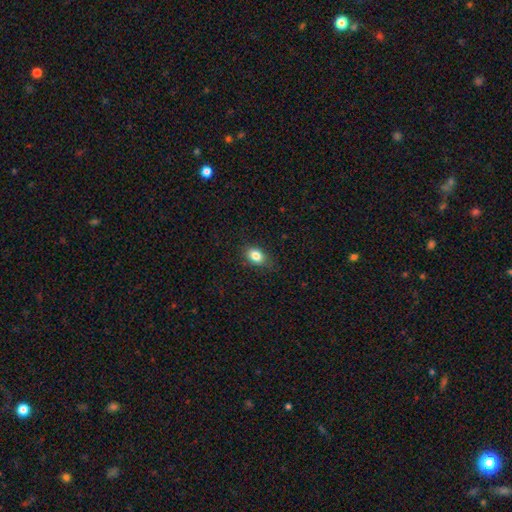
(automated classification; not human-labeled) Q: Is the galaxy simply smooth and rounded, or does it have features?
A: smooth — 84%.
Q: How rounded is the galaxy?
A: in between — 74%.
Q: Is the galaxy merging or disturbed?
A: none — 82%.